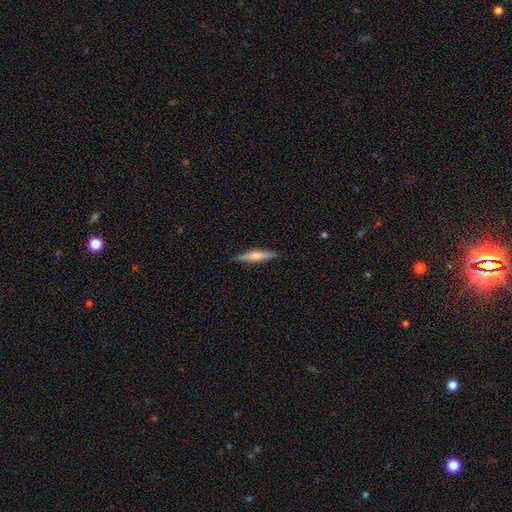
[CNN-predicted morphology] The model was most divided on "smooth or featured": featured or disk: 50%, smooth: 44%, star or artifact: 6%. More confident: merging — none (89%).